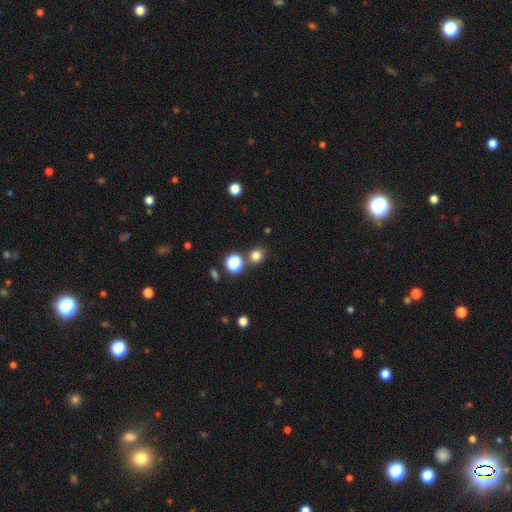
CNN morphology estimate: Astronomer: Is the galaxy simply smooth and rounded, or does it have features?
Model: smooth — 77%.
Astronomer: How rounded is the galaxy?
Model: round — 74%.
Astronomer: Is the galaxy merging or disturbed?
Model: none — 78%.